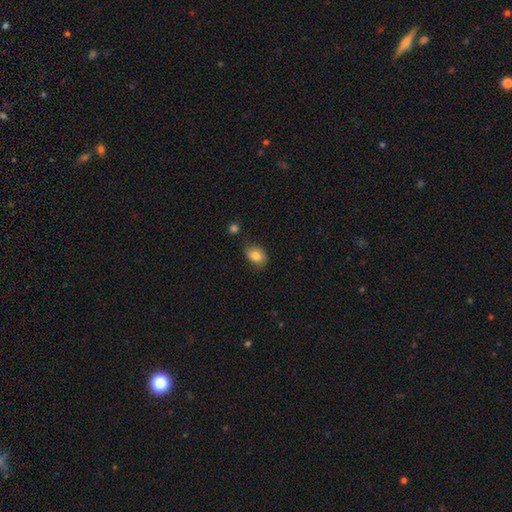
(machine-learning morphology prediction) A smooth galaxy with no disk features (82%) that is in between round and cigar-shaped (75%).

Vote fractions:
- Smooth or featured? smooth: 82% / featured or disk: 10% / star or artifact: 8%
- How rounded? in between: 75% / round: 24% / cigar-shaped: 1%
- Merging? none: 72% / minor disturbance: 20% / major disturbance: 4% / merger: 4%